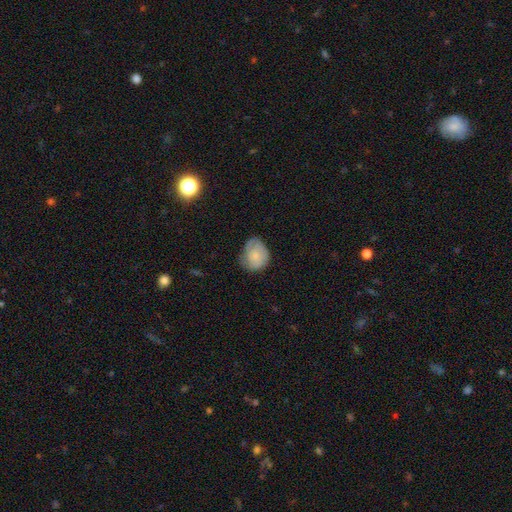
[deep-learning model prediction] Smooth or featured?
  - smooth: 67% *
  - featured or disk: 26%
  - star or artifact: 7%
How rounded?
  - round: 55% *
  - in between: 44%
  - cigar-shaped: 1%
Merging?
  - none: 50% *
  - minor disturbance: 35%
  - major disturbance: 13%
  - merger: 1%